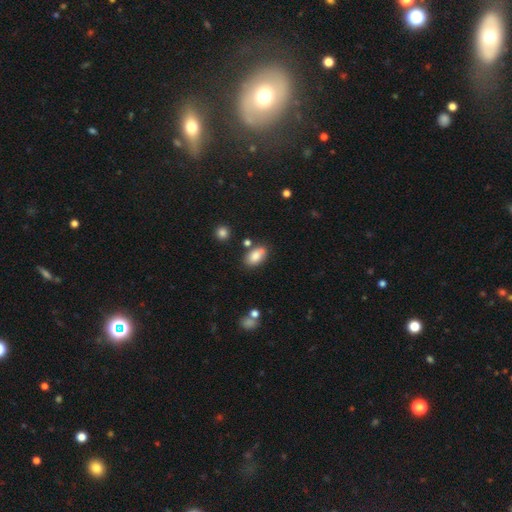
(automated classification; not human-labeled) Smooth or featured? Predicted: smooth (p=0.81). How rounded? Predicted: in between (p=0.90). Merging? Predicted: none (p=0.68).